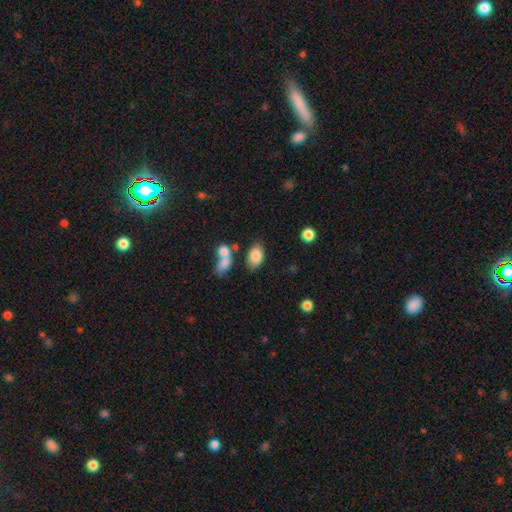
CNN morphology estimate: Smooth or featured: smooth — 84% (featured or disk — 8%)
How rounded: in between — 89% (round — 9%)
Merging: none — 65% (merger — 16%)